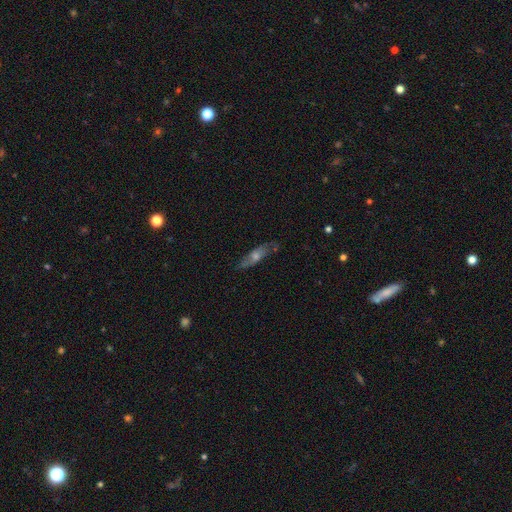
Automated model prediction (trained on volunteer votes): A featured or disk galaxy (57%).

Vote fractions:
- Smooth or featured? featured or disk: 57% / smooth: 34% / star or artifact: 9%
- Edge-on disk? no: 51% / yes: 49%
- Merging? none: 79% / minor disturbance: 16% / major disturbance: 4% / merger: 2%